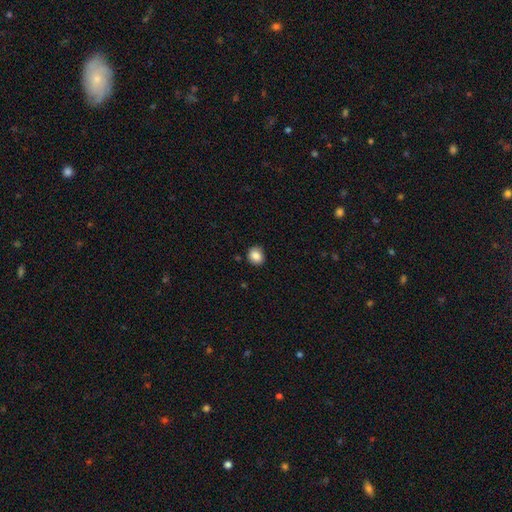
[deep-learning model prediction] A smooth galaxy with no disk features (86%) that is round (73%). Merging: none (88%).